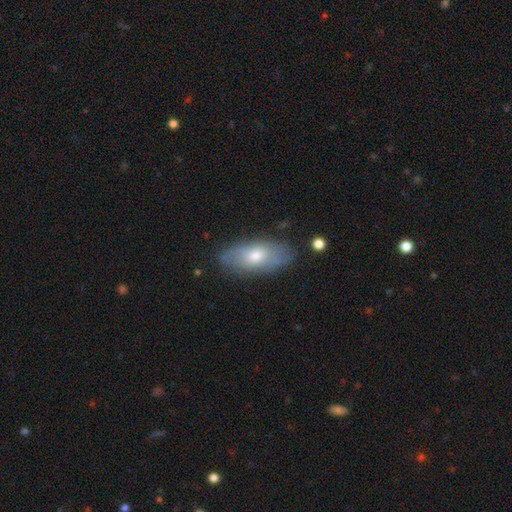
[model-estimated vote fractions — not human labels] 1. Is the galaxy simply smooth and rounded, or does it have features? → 60% smooth, 33% featured or disk, 7% star or artifact.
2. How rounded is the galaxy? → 86% in between, 11% cigar-shaped, 4% round.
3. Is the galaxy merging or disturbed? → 79% none, 16% minor disturbance, 3% major disturbance, 2% merger.